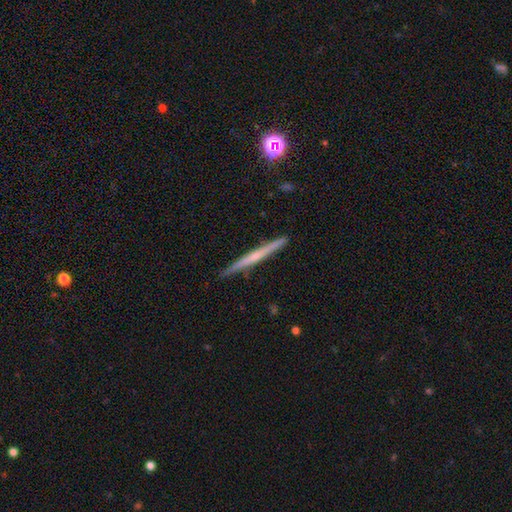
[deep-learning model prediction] Morphology: type=featured or disk (59%); edge-on=yes (98%); edge-on bulge=none (63%); merging=none (91%).